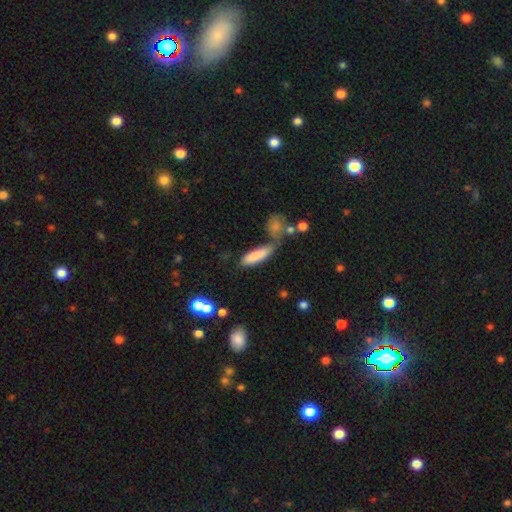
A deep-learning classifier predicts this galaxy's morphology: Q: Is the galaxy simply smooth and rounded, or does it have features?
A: smooth — 83%.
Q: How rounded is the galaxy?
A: cigar-shaped — 57%.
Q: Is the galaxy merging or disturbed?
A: none — 56%.